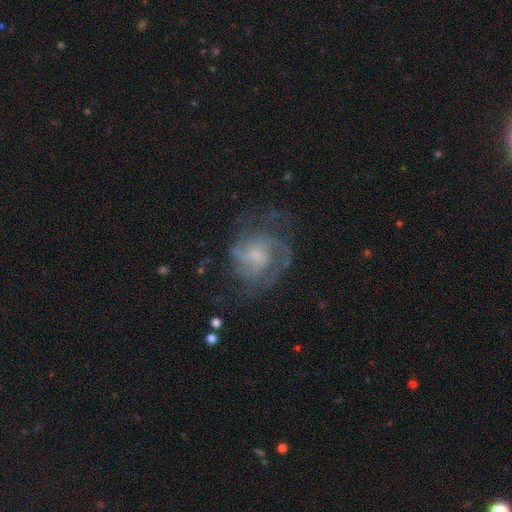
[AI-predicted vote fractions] smooth-or-featured: featured or disk: 78% | smooth: 14% | star or artifact: 7%
  disk-edge-on: no: 98% | yes: 2%
    bar: no: 58% | weak: 37% | strong: 5%
    has-spiral-arms: yes: 90% | no: 10%
      spiral-winding: medium: 45% | tight: 38% | loose: 16%
      spiral-arm-count: can't tell: 30% | 2: 29% | 3: 23% | 1: 7% | 4: 6% | more than 4: 5%
    bulge-size: small: 49% | moderate: 33% | none: 12% | large: 5% | dominant: 1%
  merging: none: 57% | major disturbance: 21% | minor disturbance: 20% | merger: 2%